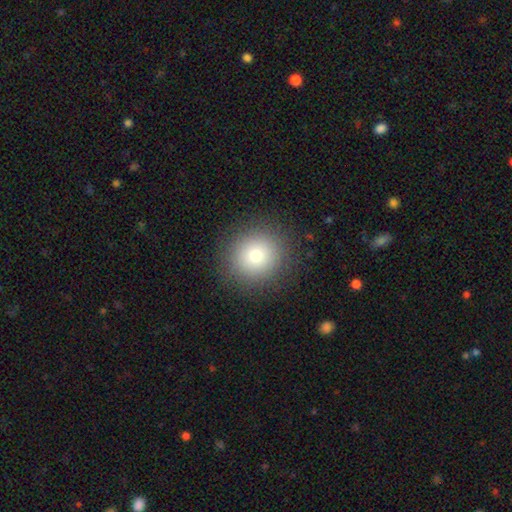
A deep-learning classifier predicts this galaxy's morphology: A smooth galaxy with no disk features (77%) that is round (91%).

Vote fractions:
- Smooth or featured? smooth: 77% / star or artifact: 13% / featured or disk: 10%
- How rounded? round: 91% / in between: 8% / cigar-shaped: 1%
- Merging? none: 89% / minor disturbance: 7% / major disturbance: 3% / merger: 1%